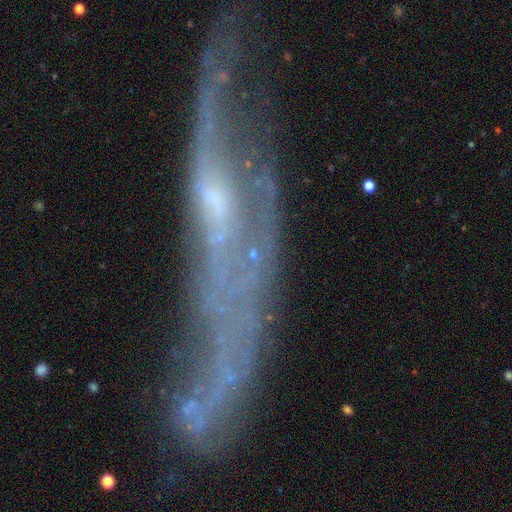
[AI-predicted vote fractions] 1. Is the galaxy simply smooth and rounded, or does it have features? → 72% featured or disk, 16% smooth, 12% star or artifact.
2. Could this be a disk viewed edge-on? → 68% no, 32% yes.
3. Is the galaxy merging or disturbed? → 49% none, 23% minor disturbance, 21% major disturbance, 7% merger.